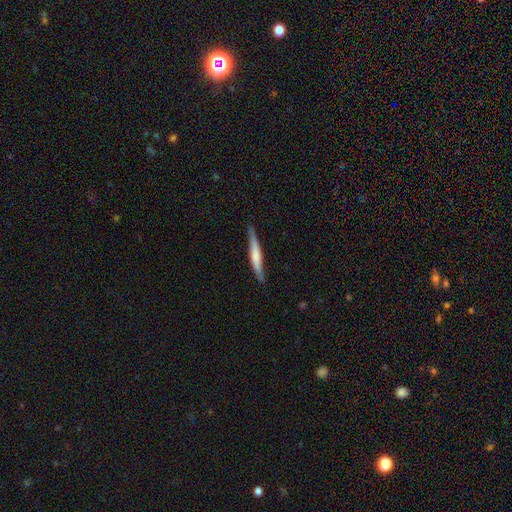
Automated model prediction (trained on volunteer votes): This is possibly a smooth galaxy (52%). How rounded: clearly cigar-shaped (95%). Merging: clearly none (85%).